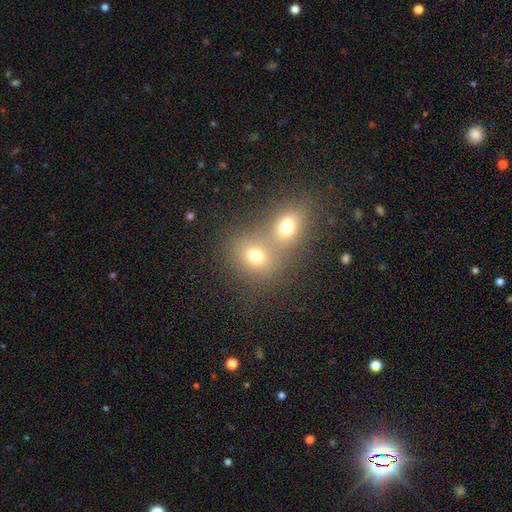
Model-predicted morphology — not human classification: This is likely a smooth galaxy (72%). How rounded: likely round (71%). Merging: possibly merger (53%).